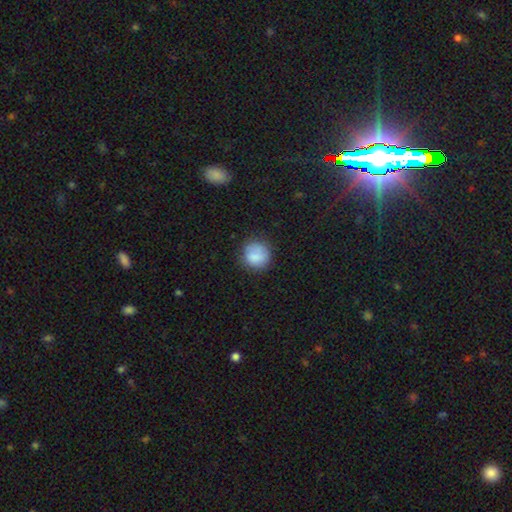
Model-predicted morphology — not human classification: A smooth galaxy with no disk features (84%) that is round (88%).

Vote fractions:
- Smooth or featured? smooth: 84% / star or artifact: 8% / featured or disk: 8%
- How rounded? round: 88% / in between: 11% / cigar-shaped: 1%
- Merging? none: 76% / minor disturbance: 17% / major disturbance: 5% / merger: 2%